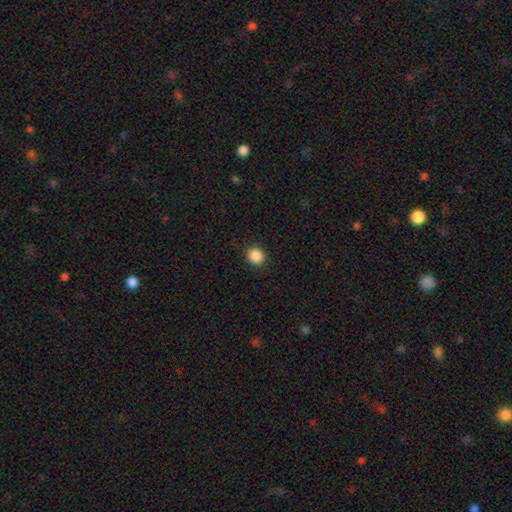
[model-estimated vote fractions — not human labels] Morphology: type=smooth (88%); roundness=round (83%); merging=none (90%).